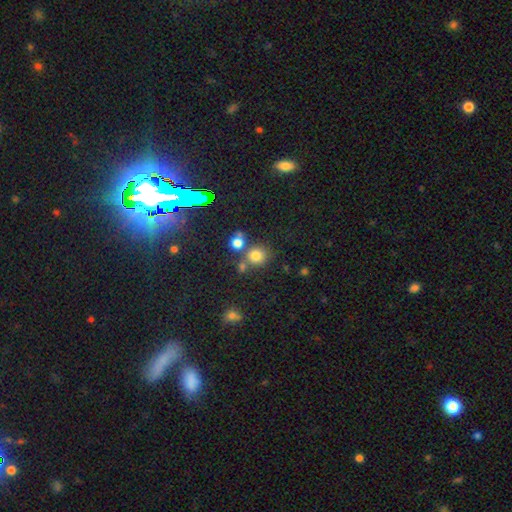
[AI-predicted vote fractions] This is likely a smooth galaxy (75%). How rounded: clearly round (85%). Merging: likely none (64%).